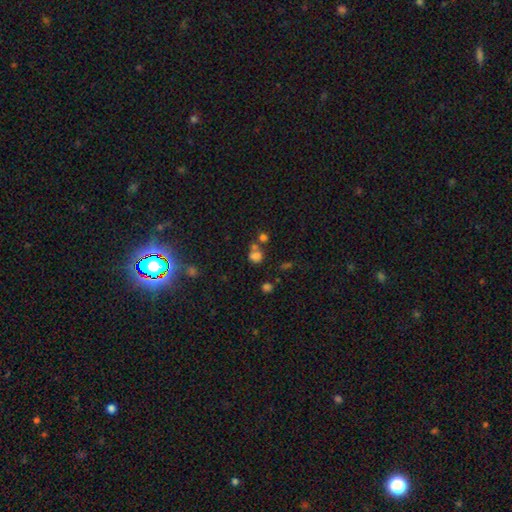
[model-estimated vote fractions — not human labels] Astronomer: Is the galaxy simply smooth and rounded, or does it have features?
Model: smooth — 69%.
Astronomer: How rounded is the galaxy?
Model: round — 63%.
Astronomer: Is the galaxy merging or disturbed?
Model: none — 42% (runner-up: merger, 39%).